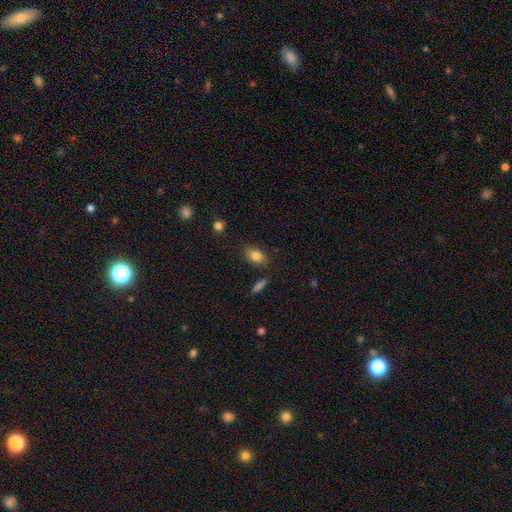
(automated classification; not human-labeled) Q: Smooth or featured?
A: smooth (83%); runner-up: star or artifact (9%)
Q: How rounded?
A: in between (84%); runner-up: round (14%)
Q: Merging?
A: none (84%); runner-up: minor disturbance (11%)